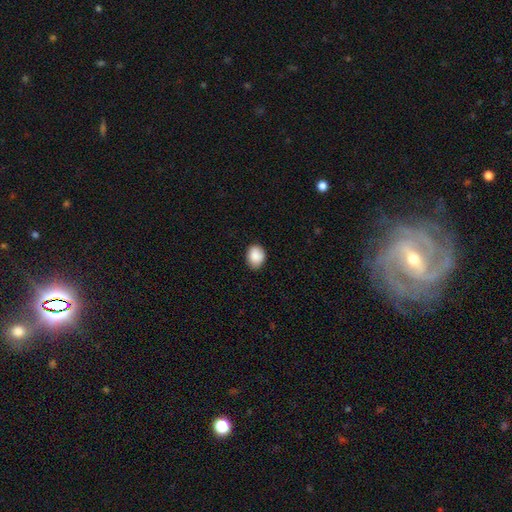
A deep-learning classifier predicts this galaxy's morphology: This is clearly a smooth galaxy (89%). How rounded: possibly in between (59%). Merging: likely none (79%).